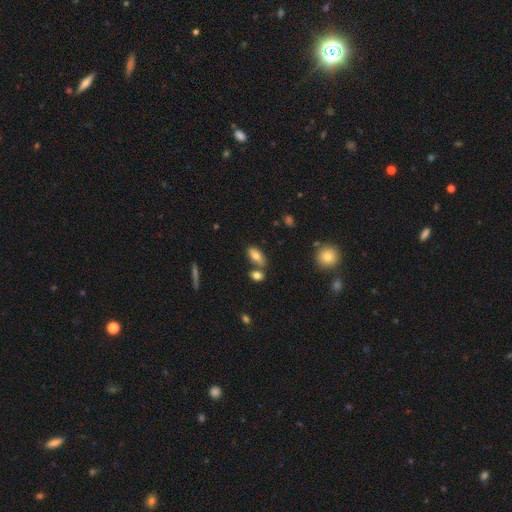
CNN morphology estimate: Smooth or featured: smooth — 72% (featured or disk — 19%)
How rounded: in between — 85% (cigar-shaped — 10%)
Merging: none — 60% (merger — 24%)